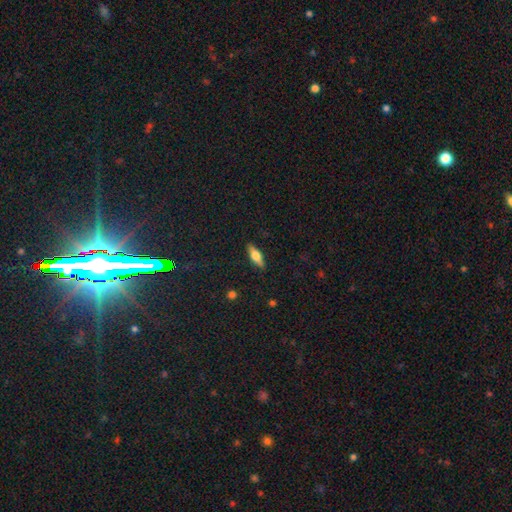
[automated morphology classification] This appears to be a smooth galaxy with no disk features (49%). Merging: none (89%).